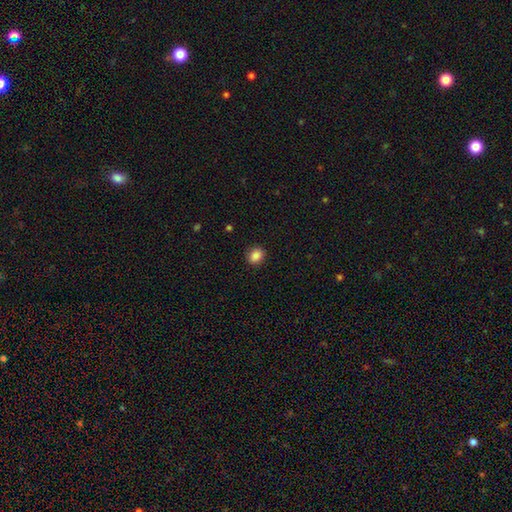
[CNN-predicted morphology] Q: Smooth or featured?
A: smooth (87%); runner-up: star or artifact (10%)
Q: How rounded?
A: round (61%); runner-up: in between (38%)
Q: Merging?
A: none (90%); runner-up: minor disturbance (7%)